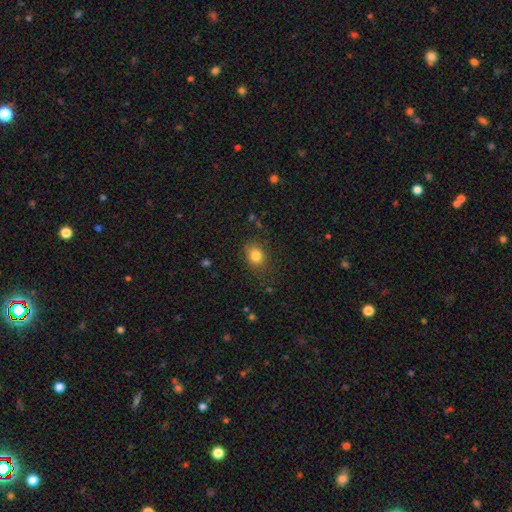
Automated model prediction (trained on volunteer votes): Smooth or featured? Predicted: smooth (p=0.83). How rounded? Predicted: round (p=0.55). Merging? Predicted: none (p=0.82).